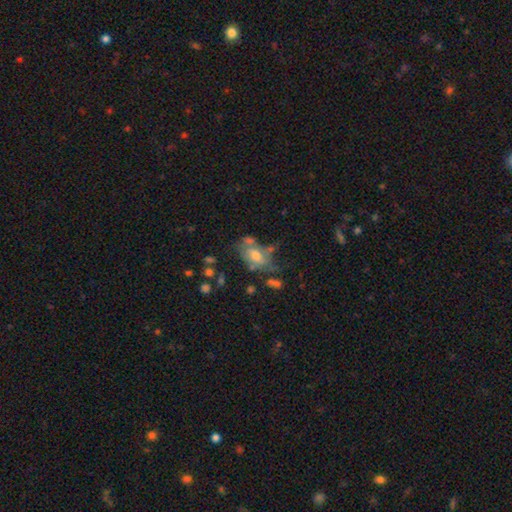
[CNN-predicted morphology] A smooth galaxy with no disk features (48%).

Vote fractions:
- Smooth or featured? smooth: 48% / featured or disk: 41% / star or artifact: 12%
- Merging? none: 36% / minor disturbance: 24% / major disturbance: 21% / merger: 20%